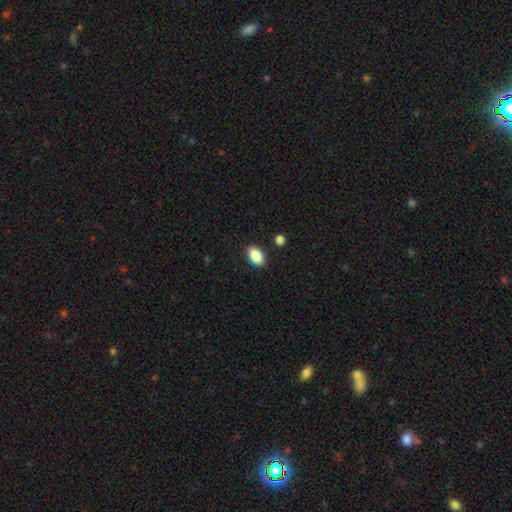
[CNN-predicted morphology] The model was most divided on "merging": none: 87%, minor disturbance: 9%, major disturbance: 2%, merger: 2%. More confident: how rounded — in between (91%); smooth or featured — smooth (88%).